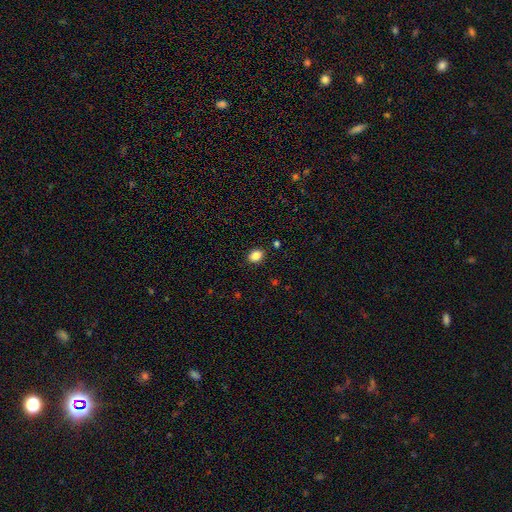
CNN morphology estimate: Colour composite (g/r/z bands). It shows a smooth galaxy with no disk features (86%) that is in between round and cigar-shaped (69%). Merging: none (88%).